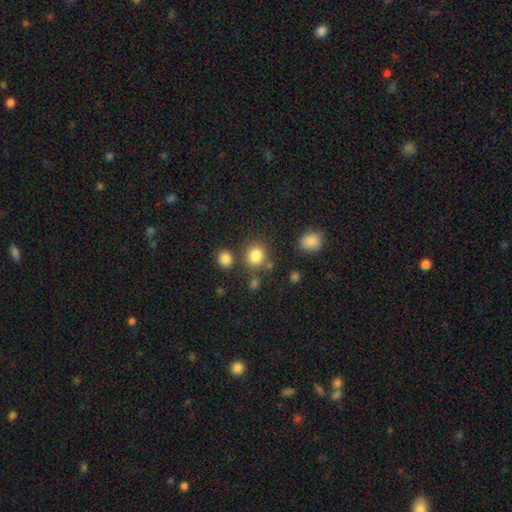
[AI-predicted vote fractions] Q: Smooth or featured?
A: smooth (82%); runner-up: star or artifact (12%)
Q: How rounded?
A: round (81%); runner-up: in between (18%)
Q: Merging?
A: none (76%); runner-up: merger (11%)